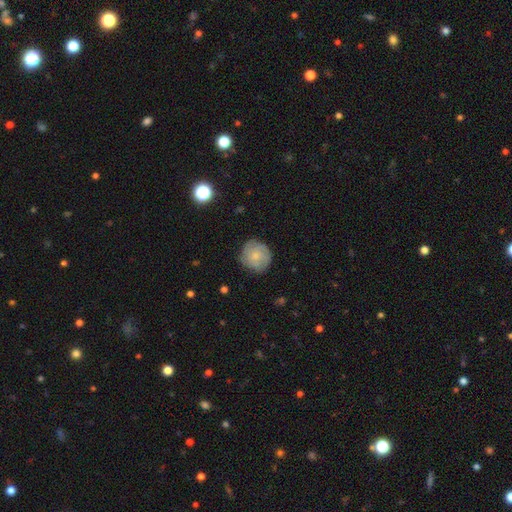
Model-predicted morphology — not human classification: A smooth galaxy with no disk features (62%) that is round (90%).

Vote fractions:
- Smooth or featured? smooth: 62% / featured or disk: 31% / star or artifact: 7%
- How rounded? round: 90% / in between: 9% / cigar-shaped: 1%
- Merging? none: 76% / minor disturbance: 18% / major disturbance: 5% / merger: 1%